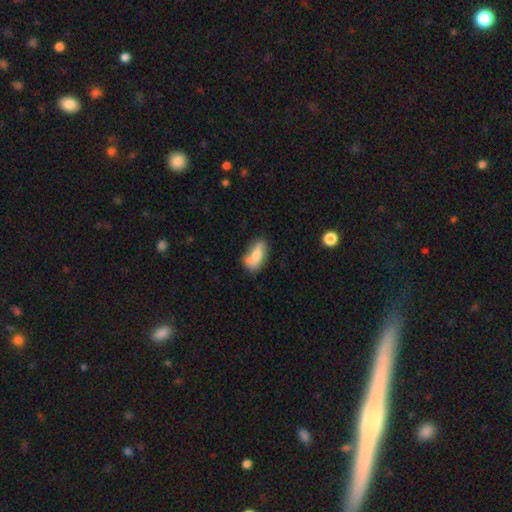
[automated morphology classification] Overall: smooth (65%; featured or disk 28%). How rounded: in between (87%). Merging: none (56%; minor disturbance 26%).